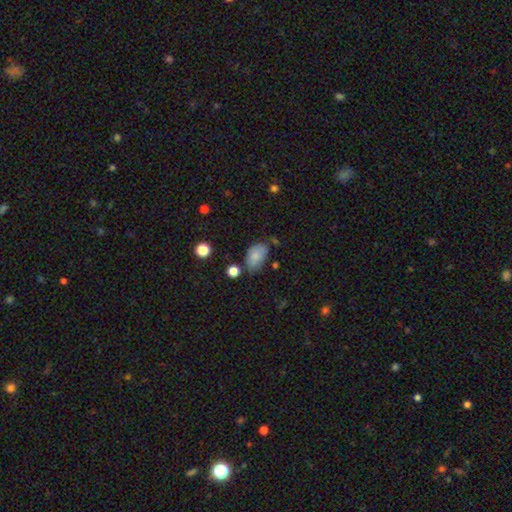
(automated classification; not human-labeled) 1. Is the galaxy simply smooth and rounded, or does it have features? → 82% smooth, 9% featured or disk, 9% star or artifact.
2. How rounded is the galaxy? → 91% in between, 8% round, 1% cigar-shaped.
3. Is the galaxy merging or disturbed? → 63% none, 25% minor disturbance, 6% merger, 6% major disturbance.